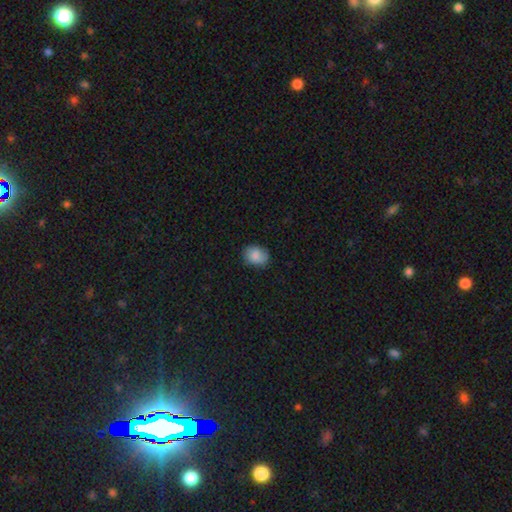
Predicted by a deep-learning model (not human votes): smooth_or_featured: smooth (p=0.85) [alt: star or artifact p=0.08]
how_rounded: in between (p=0.52) [alt: round p=0.47]
merging: none (p=0.78) [alt: minor disturbance p=0.17]